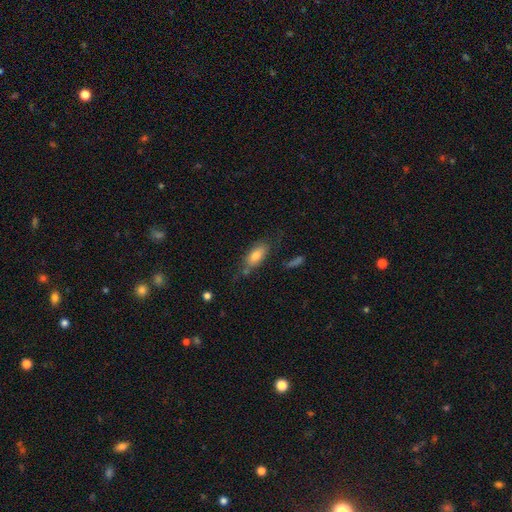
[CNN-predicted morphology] smooth_or_featured: smooth (p=0.74) [alt: featured or disk p=0.19]
how_rounded: in between (p=0.81) [alt: cigar-shaped p=0.16]
merging: none (p=0.58) [alt: minor disturbance p=0.24]